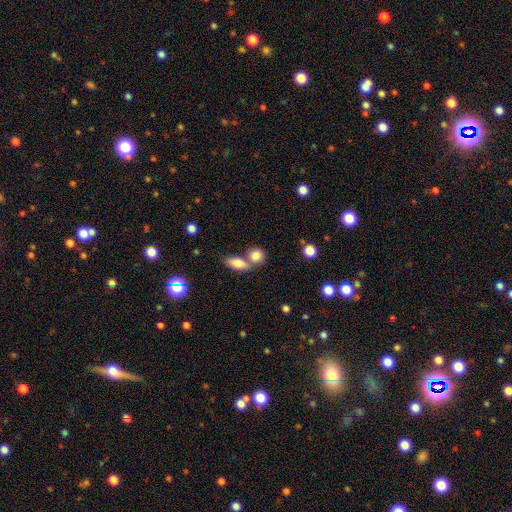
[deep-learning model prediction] smooth_or_featured: smooth (p=0.84) [alt: star or artifact p=0.08]
how_rounded: round (p=0.55) [alt: in between p=0.41]
merging: none (p=0.46) [alt: merger p=0.42]